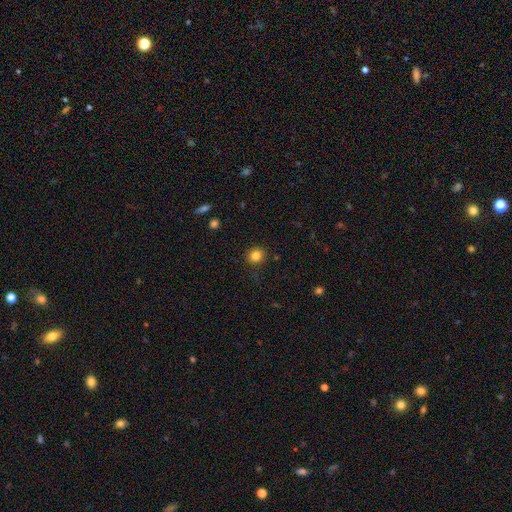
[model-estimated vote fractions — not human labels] A smooth galaxy with no disk features (83%) that is round (87%).

Vote fractions:
- Smooth or featured? smooth: 83% / star or artifact: 12% / featured or disk: 5%
- How rounded? round: 87% / in between: 12% / cigar-shaped: 1%
- Merging? none: 89% / minor disturbance: 8% / major disturbance: 2% / merger: 1%